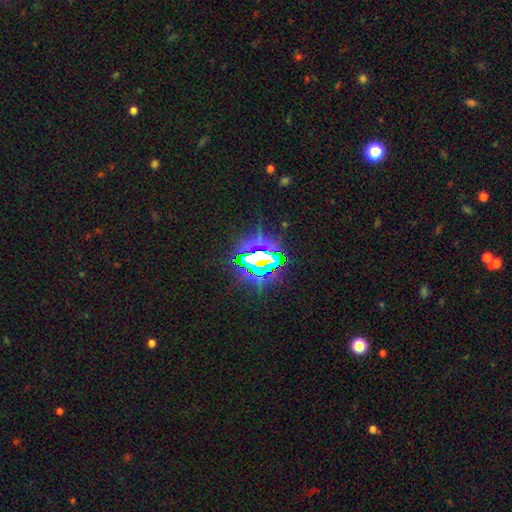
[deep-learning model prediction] This is likely a star or artifact rather than a galaxy (75%).